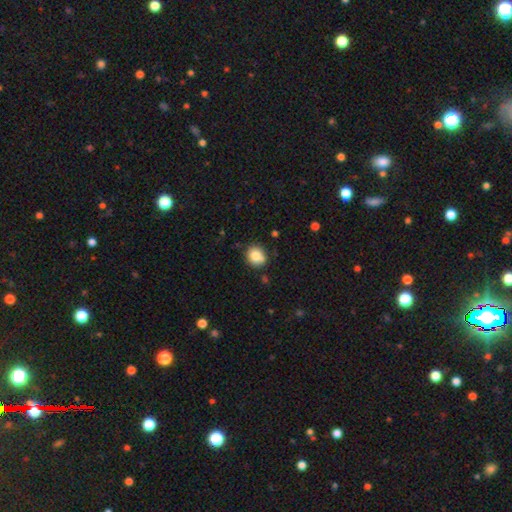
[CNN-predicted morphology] A smooth galaxy with no disk features (82%) that is round (79%).

Vote fractions:
- Smooth or featured? smooth: 82% / star or artifact: 10% / featured or disk: 8%
- How rounded? round: 79% / in between: 20% / cigar-shaped: 1%
- Merging? none: 79% / minor disturbance: 14% / merger: 4% / major disturbance: 3%